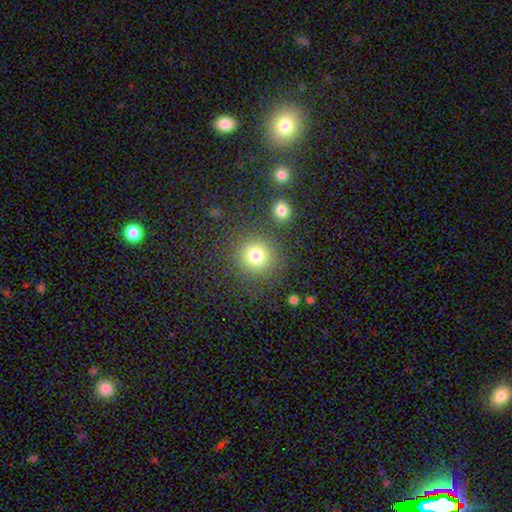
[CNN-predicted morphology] smooth 77%, star or artifact 15%, featured or disk 8%. Down the decision tree: how rounded — round (92%); merging — none (83%).